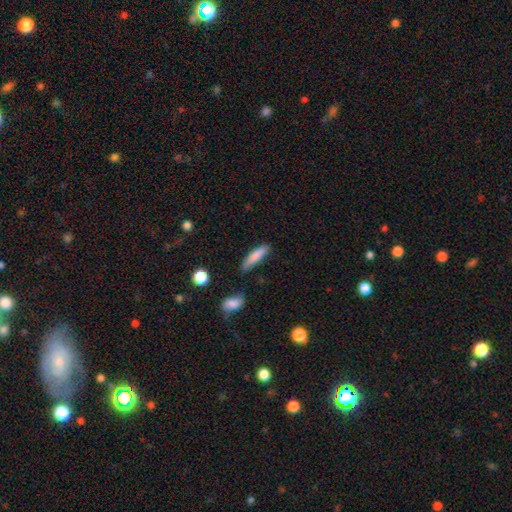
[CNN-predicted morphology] smooth_or_featured: smooth (p=0.81) [alt: featured or disk p=0.12]
how_rounded: cigar-shaped (p=0.76) [alt: in between p=0.22]
merging: none (p=0.74) [alt: minor disturbance p=0.18]